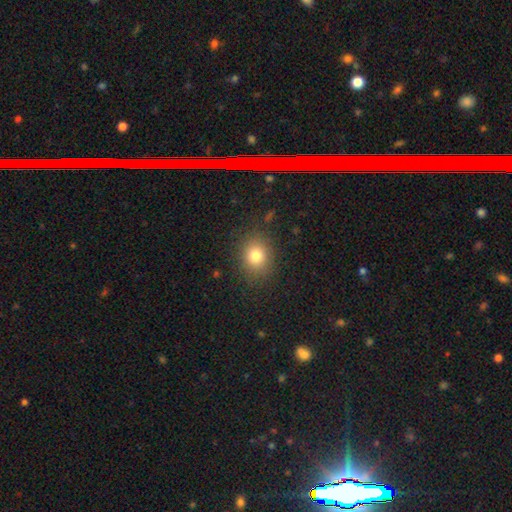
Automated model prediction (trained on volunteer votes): smooth 80%, star or artifact 12%, featured or disk 8%. Down the decision tree: how rounded — round (64%); merging — none (85%).